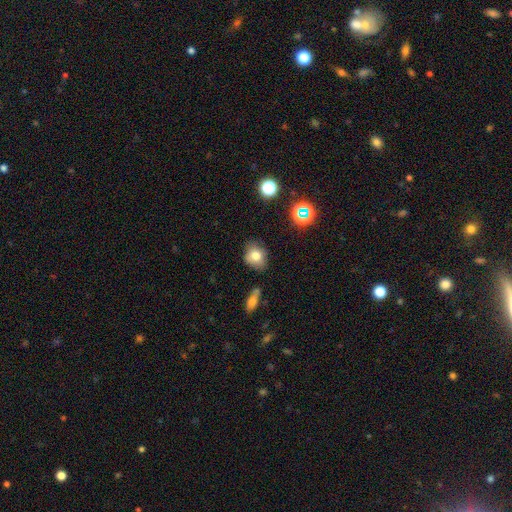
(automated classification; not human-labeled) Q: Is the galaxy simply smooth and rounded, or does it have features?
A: smooth — 76%.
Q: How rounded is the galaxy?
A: round — 57%.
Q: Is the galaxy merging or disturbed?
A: none — 71%.